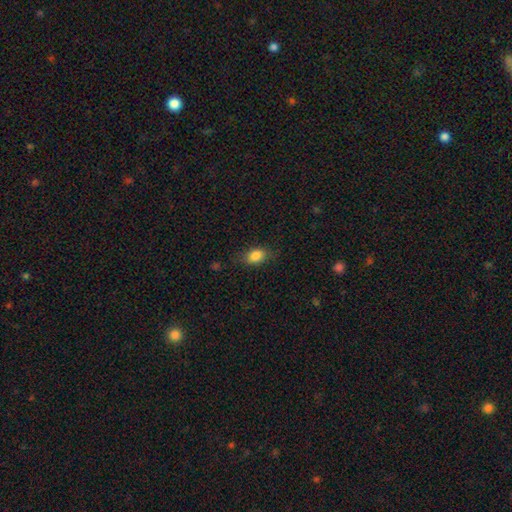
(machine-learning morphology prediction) Smooth or featured?
  - smooth: 84% *
  - star or artifact: 9%
  - featured or disk: 7%
How rounded?
  - in between: 81% *
  - round: 17%
  - cigar-shaped: 3%
Merging?
  - none: 75% *
  - minor disturbance: 18%
  - major disturbance: 5%
  - merger: 1%